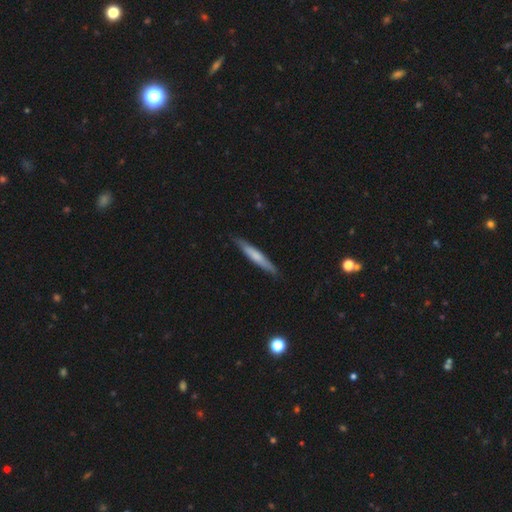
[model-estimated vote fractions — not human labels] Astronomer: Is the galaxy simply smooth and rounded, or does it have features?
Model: smooth — 63%.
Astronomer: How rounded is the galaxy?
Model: cigar-shaped — 93%.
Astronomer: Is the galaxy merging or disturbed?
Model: none — 87%.